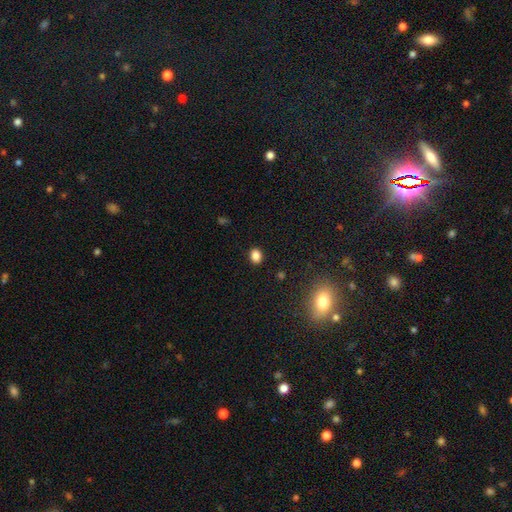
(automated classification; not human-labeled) Smooth or featured? Predicted: smooth (p=0.85). How rounded? Predicted: in between (p=0.55). Merging? Predicted: none (p=0.89).